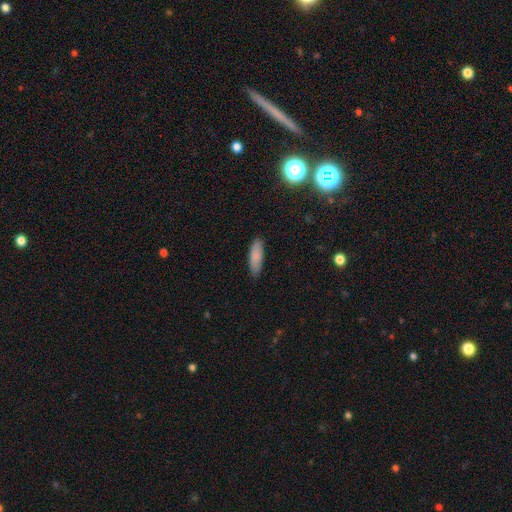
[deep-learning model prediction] A smooth galaxy with no disk features (85%) that is cigar-shaped (50%).

Vote fractions:
- Smooth or featured? smooth: 85% / featured or disk: 8% / star or artifact: 7%
- How rounded? cigar-shaped: 50% / in between: 48% / round: 2%
- Merging? none: 86% / minor disturbance: 11% / major disturbance: 2% / merger: 1%